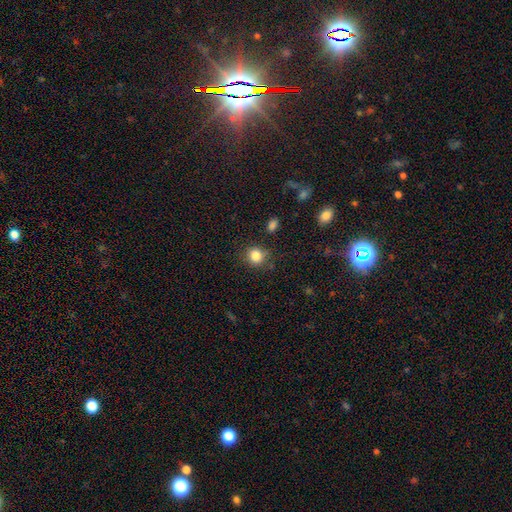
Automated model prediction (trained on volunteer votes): Smooth or featured? Predicted: smooth (p=0.84). How rounded? Predicted: round (p=0.81). Merging? Predicted: none (p=0.82).